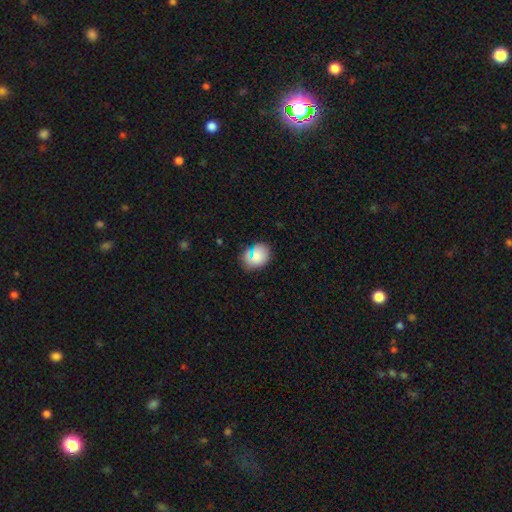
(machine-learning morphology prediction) Smooth or featured? Predicted: smooth (p=0.76). How rounded? Predicted: round (p=0.52). Merging? Predicted: none (p=0.81).